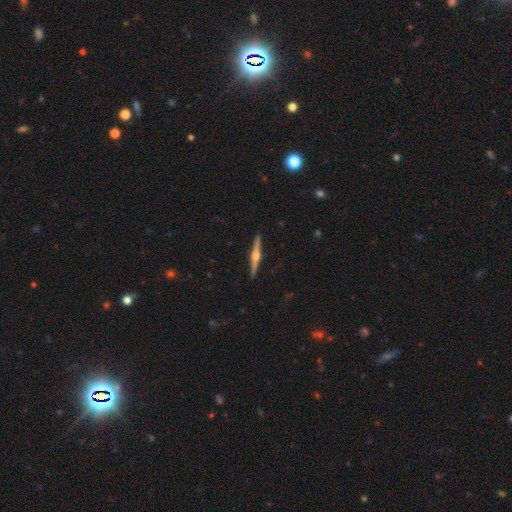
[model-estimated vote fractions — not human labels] Smooth or featured? Predicted: featured or disk (p=0.80). Edge-on disk? Predicted: yes (p=0.99). Edge-on bulge? Predicted: rounded (p=0.94). Merging? Predicted: none (p=0.92).